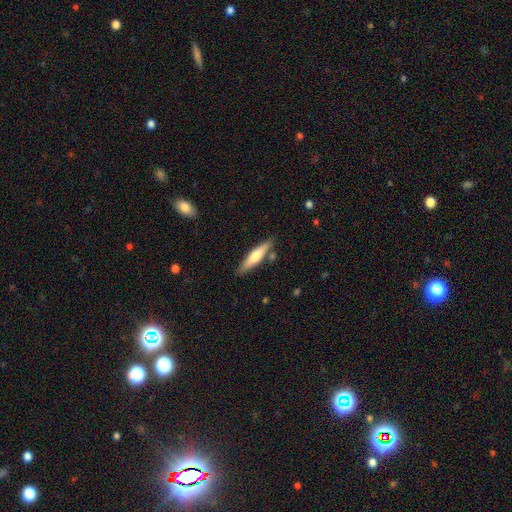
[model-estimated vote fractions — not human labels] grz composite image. It shows a smooth galaxy with no disk features (60%) that is cigar-shaped (81%). Merging: none (82%).